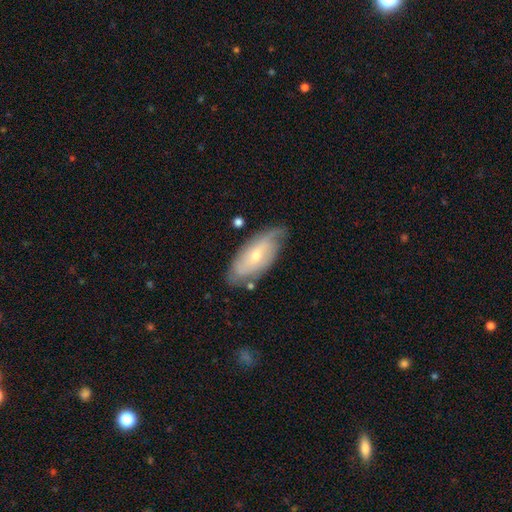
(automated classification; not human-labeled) This is likely a featured or disk galaxy (63%). It is clearly not viewed edge-on (86%). Bar: likely no (61%). Spiral arm pattern: clearly yes (82%). Central bulge: possibly small (53%). Merging: likely none (69%).